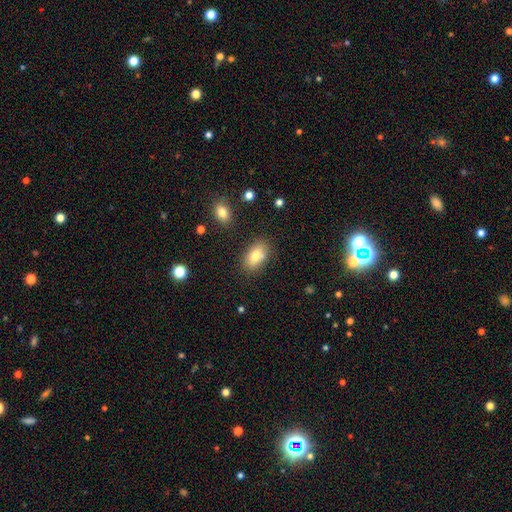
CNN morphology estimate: The model was most divided on "merging": none: 75%, minor disturbance: 14%, merger: 7%, major disturbance: 3%. More confident: how rounded — in between (88%); smooth or featured — smooth (79%).